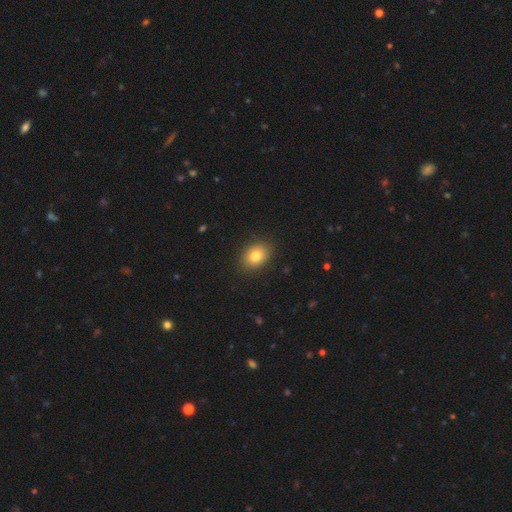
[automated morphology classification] smooth-or-featured: smooth: 82% | star or artifact: 9% | featured or disk: 8%
  how-rounded: in between: 64% | round: 35% | cigar-shaped: 1%
  merging: none: 89% | minor disturbance: 8% | major disturbance: 2% | merger: 1%